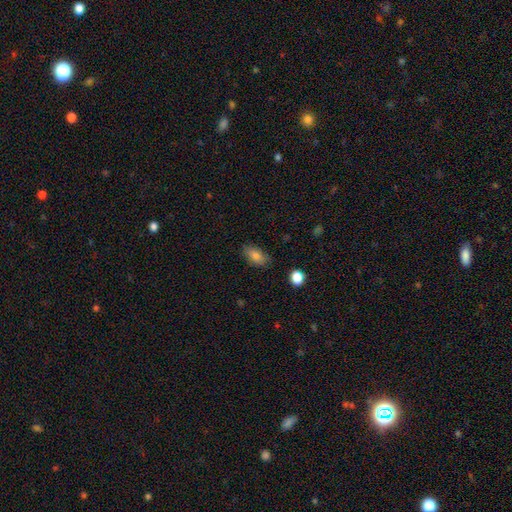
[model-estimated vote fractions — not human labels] This is likely a smooth galaxy (80%). How rounded: clearly in between (88%). Merging: clearly none (81%).